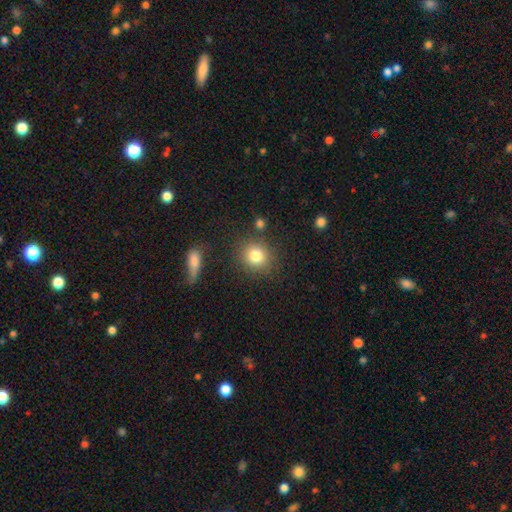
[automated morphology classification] This appears to be a smooth galaxy with no disk features (82%) that is round (84%). Merging: none (83%).